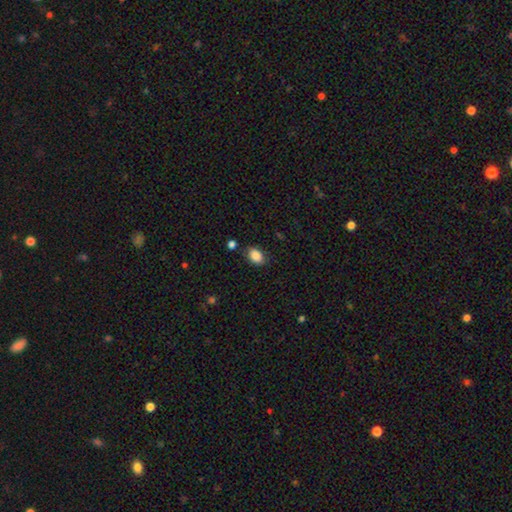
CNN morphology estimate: Smooth or featured?
  - smooth: 87% *
  - star or artifact: 8%
  - featured or disk: 5%
How rounded?
  - in between: 84% *
  - round: 15%
  - cigar-shaped: 1%
Merging?
  - none: 78% *
  - minor disturbance: 15%
  - major disturbance: 4%
  - merger: 4%